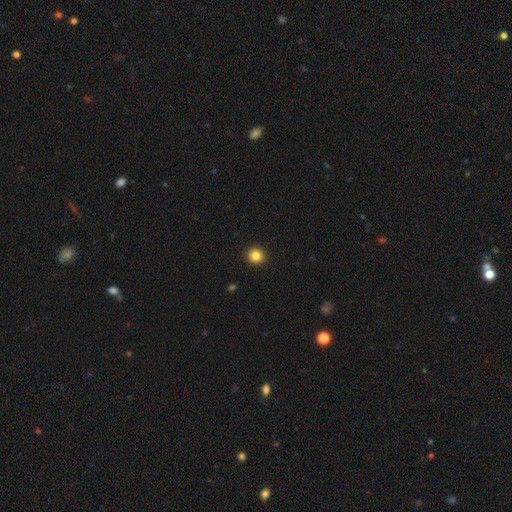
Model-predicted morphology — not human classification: A smooth galaxy with no disk features (85%) that is round (93%). Merging: none (93%).